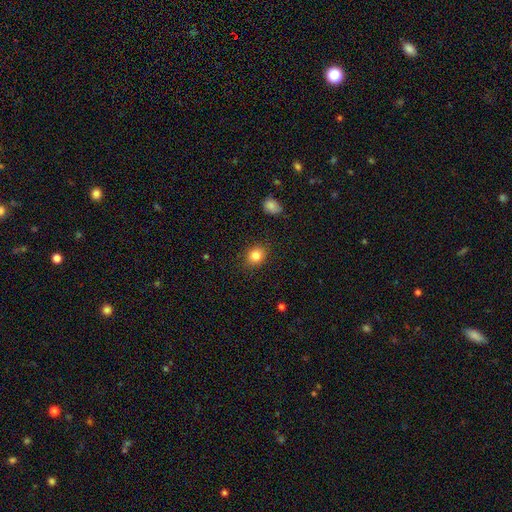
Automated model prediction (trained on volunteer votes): This is clearly a smooth galaxy (84%). How rounded: likely round (66%). Merging: clearly none (87%).